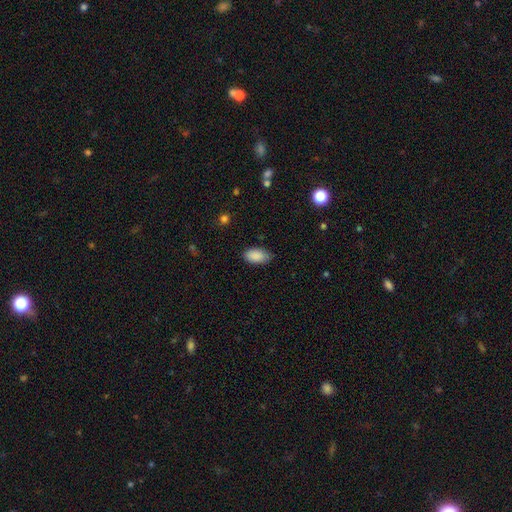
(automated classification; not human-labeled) Q: Smooth or featured?
A: smooth (89%); runner-up: star or artifact (7%)
Q: How rounded?
A: in between (94%); runner-up: cigar-shaped (3%)
Q: Merging?
A: none (78%); runner-up: minor disturbance (18%)